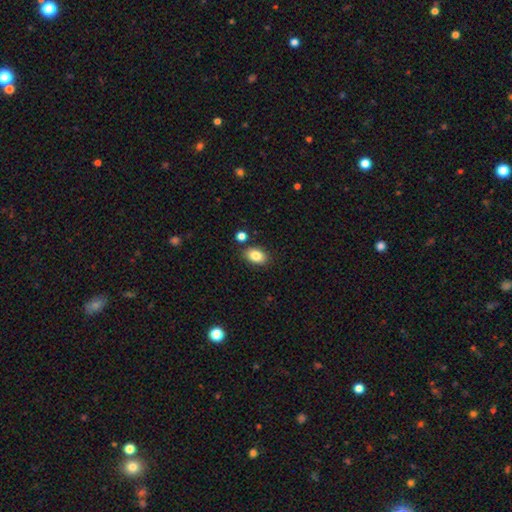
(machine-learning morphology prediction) A smooth galaxy with no disk features (84%) that is in between round and cigar-shaped (85%). Merging: none (82%).